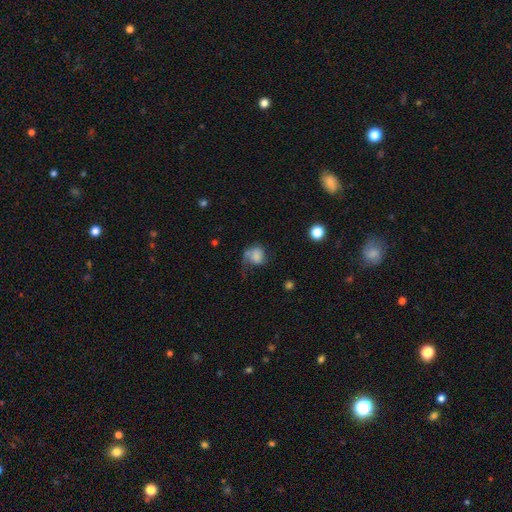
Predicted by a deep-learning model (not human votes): Smooth or featured? smooth (67%)
How rounded? round (55%)
Merging? major disturbance (37%)